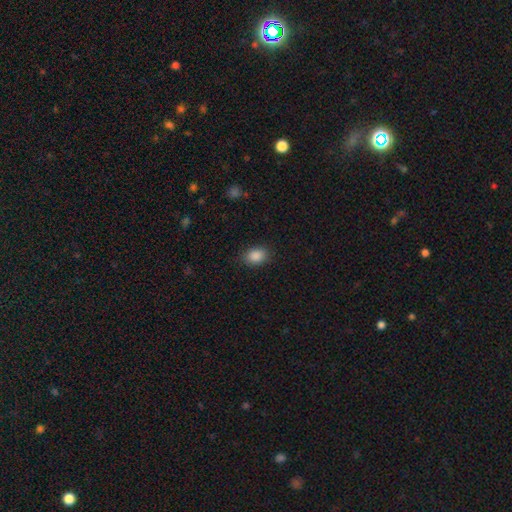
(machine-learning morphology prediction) This is clearly a smooth galaxy (88%). How rounded: likely in between (76%). Merging: clearly none (85%).